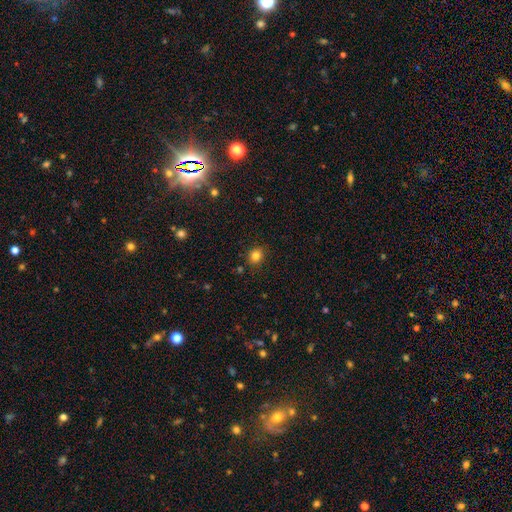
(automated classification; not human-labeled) This appears to be a smooth galaxy with no disk features (82%) that is round (71%). Merging: none (86%).